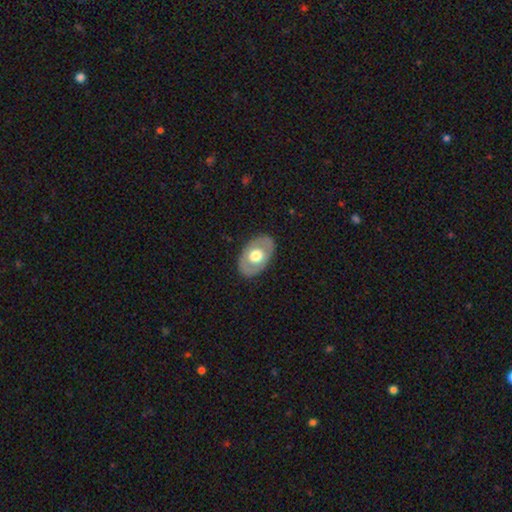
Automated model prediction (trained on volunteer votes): smooth 51%, featured or disk 44%, star or artifact 5%. Down the decision tree: how rounded — in between (84%); merging — none (85%).